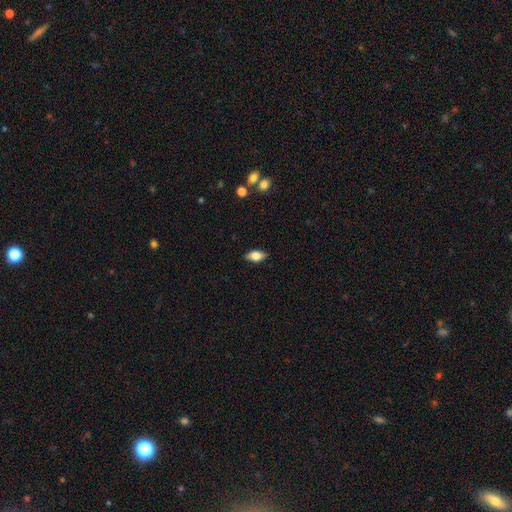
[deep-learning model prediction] Smooth or featured?
  - smooth: 71% *
  - featured or disk: 21%
  - star or artifact: 8%
How rounded?
  - in between: 87% *
  - cigar-shaped: 8%
  - round: 5%
Merging?
  - none: 87% *
  - minor disturbance: 10%
  - major disturbance: 2%
  - merger: 1%